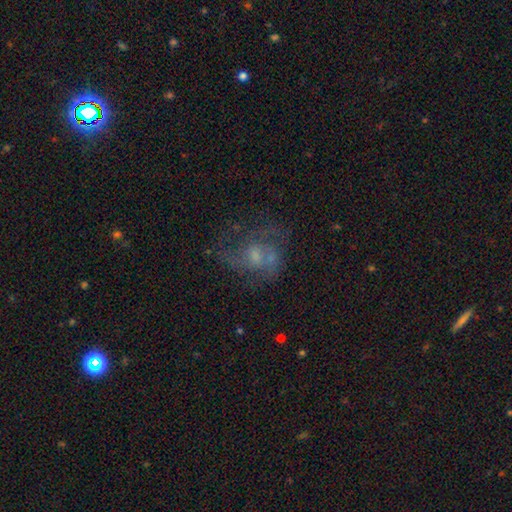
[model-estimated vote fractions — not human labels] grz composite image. It shows a featured or disk galaxy (66%) with no bar (64%), spiral arms (76%) and a small central bulge (42%). Merging: none (46%).